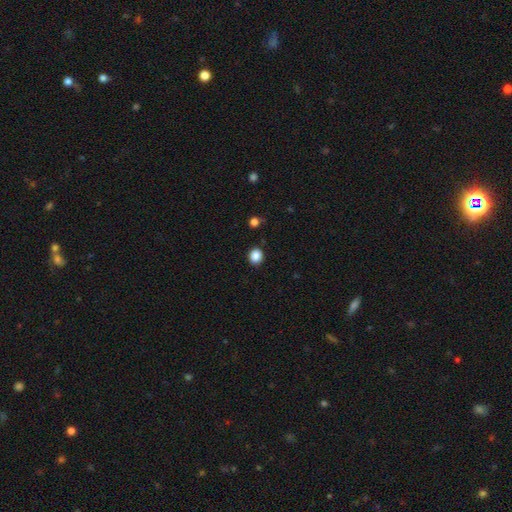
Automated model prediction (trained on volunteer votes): smooth_or_featured: smooth (p=0.87) [alt: star or artifact p=0.10]
how_rounded: round (p=0.68) [alt: in between p=0.31]
merging: none (p=0.88) [alt: minor disturbance p=0.08]